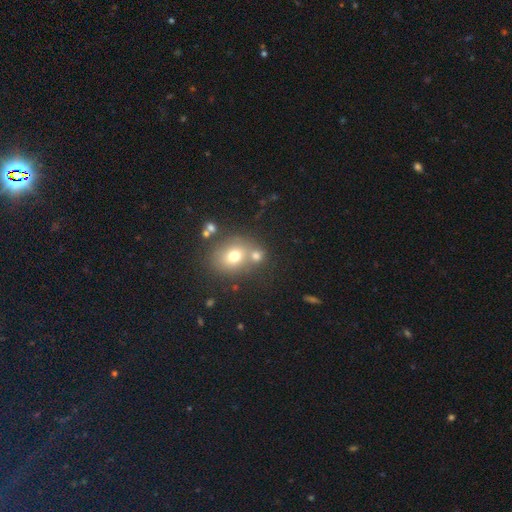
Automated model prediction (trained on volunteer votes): This is likely a smooth galaxy (70%). How rounded: likely round (70%). Merging: possibly none (53%).